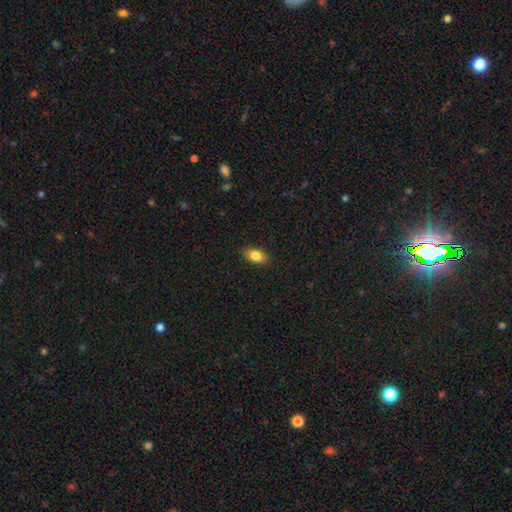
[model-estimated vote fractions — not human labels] Smooth or featured? smooth (84%)
How rounded? in between (87%)
Merging? none (87%)